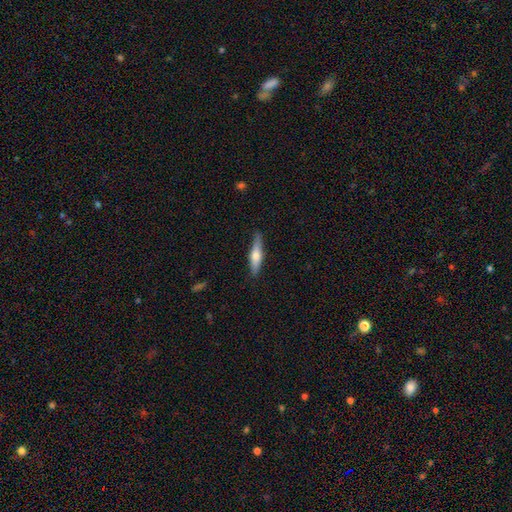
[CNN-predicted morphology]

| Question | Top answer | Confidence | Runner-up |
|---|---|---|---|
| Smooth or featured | smooth | 54% | featured or disk (41%) |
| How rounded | cigar-shaped | 77% | in between (21%) |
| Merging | none | 85% | minor disturbance (12%) |